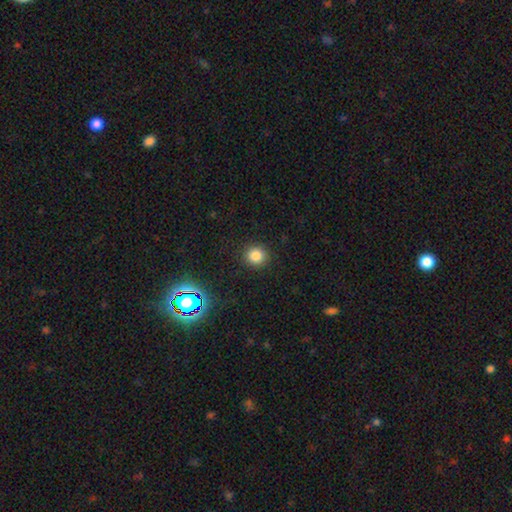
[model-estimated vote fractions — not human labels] A smooth galaxy with no disk features (82%) that is round (90%).

Vote fractions:
- Smooth or featured? smooth: 82% / star or artifact: 13% / featured or disk: 5%
- How rounded? round: 90% / in between: 10% / cigar-shaped: 1%
- Merging? none: 90% / minor disturbance: 6% / major disturbance: 2% / merger: 1%